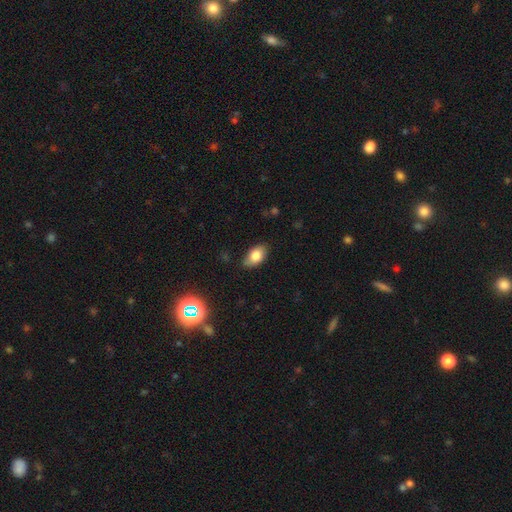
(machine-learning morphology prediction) type=smooth (80%); roundness=in between (91%); merging=none (79%).